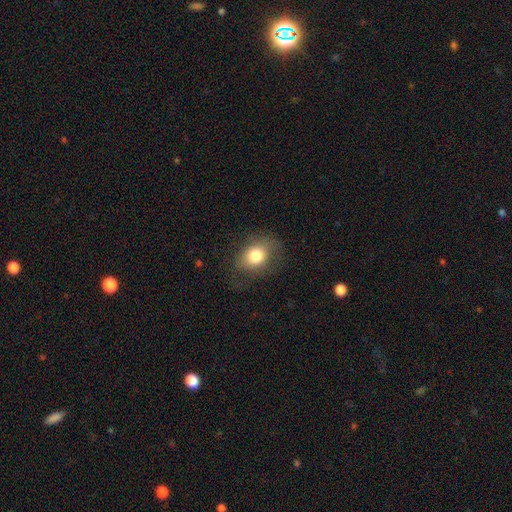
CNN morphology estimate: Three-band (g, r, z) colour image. It shows a smooth galaxy with no disk features (76%) that is in between round and cigar-shaped (63%). Merging: none (64%).